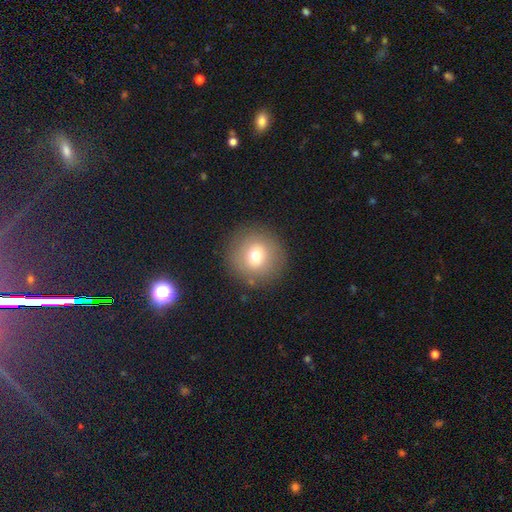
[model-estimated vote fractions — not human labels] Overall: smooth (72%). How rounded: round (94%). Merging: none (87%).